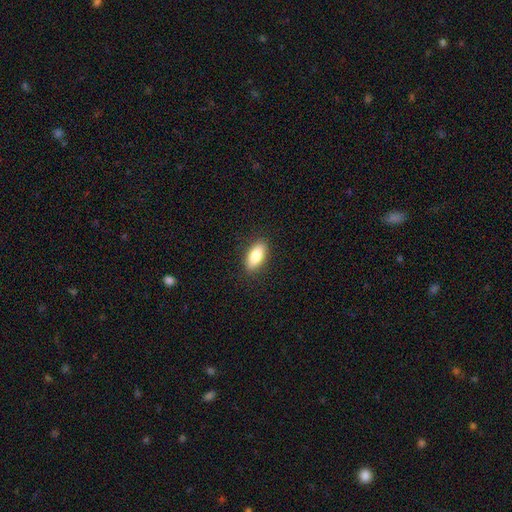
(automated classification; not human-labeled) Smooth or featured?
  - smooth: 83% *
  - featured or disk: 10%
  - star or artifact: 7%
How rounded?
  - in between: 85% *
  - cigar-shaped: 11%
  - round: 3%
Merging?
  - none: 88% *
  - minor disturbance: 8%
  - major disturbance: 2%
  - merger: 1%